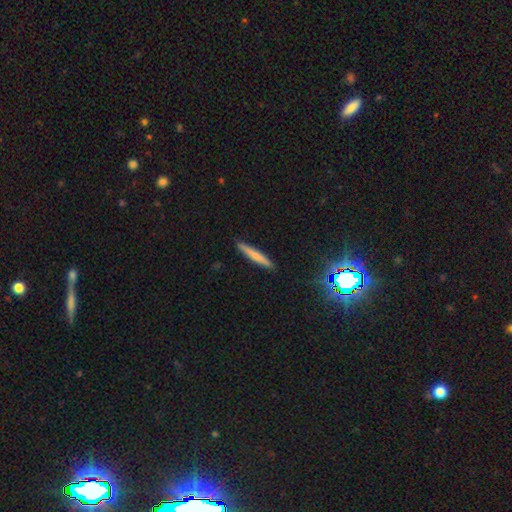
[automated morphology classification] The model was most divided on "smooth or featured": smooth: 67%, featured or disk: 25%, star or artifact: 7%. More confident: how rounded — cigar-shaped (94%); merging — none (91%).